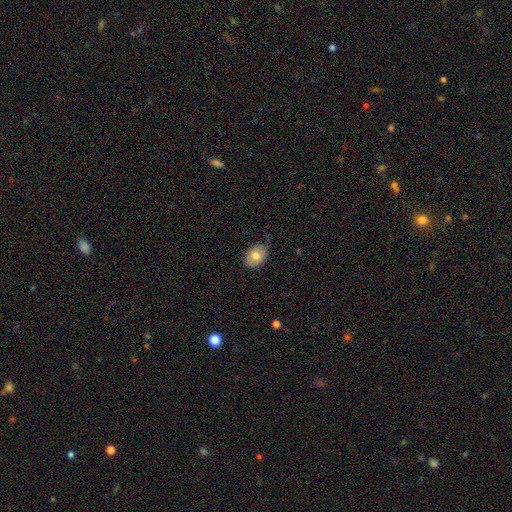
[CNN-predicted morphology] Smooth or featured?
  - smooth: 77% *
  - featured or disk: 16%
  - star or artifact: 7%
How rounded?
  - in between: 74% *
  - round: 25%
  - cigar-shaped: 1%
Merging?
  - none: 74% *
  - minor disturbance: 21%
  - major disturbance: 3%
  - merger: 1%